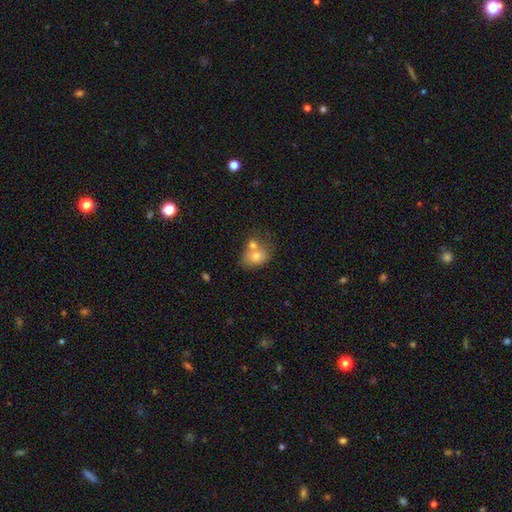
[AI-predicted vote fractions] Smooth or featured? smooth (74%)
How rounded? in between (59%)
Merging? merger (43%)